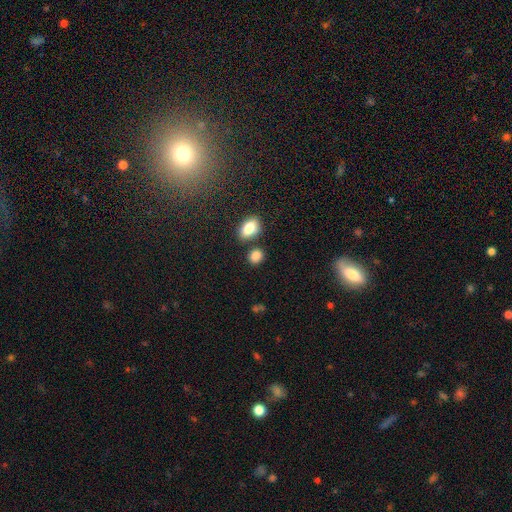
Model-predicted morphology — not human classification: A smooth galaxy with no disk features (85%) that is round (53%). Merging: none (73%).